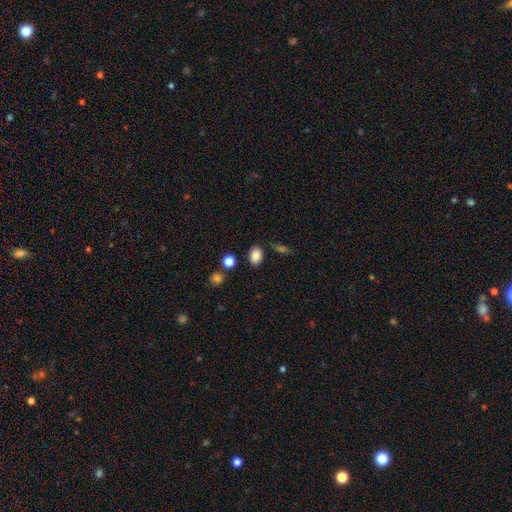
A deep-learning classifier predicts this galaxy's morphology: The model was most divided on "how rounded": in between: 73%, round: 26%, cigar-shaped: 1%. More confident: smooth or featured — smooth (86%); merging — none (81%).